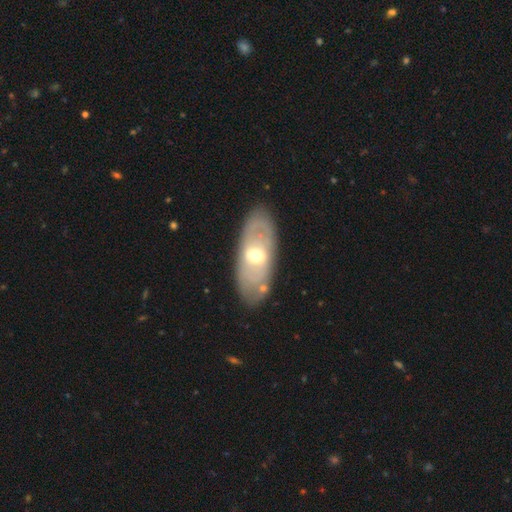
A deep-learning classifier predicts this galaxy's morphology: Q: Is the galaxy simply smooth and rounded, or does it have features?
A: featured or disk — 60%.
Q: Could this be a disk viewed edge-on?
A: no — 86%.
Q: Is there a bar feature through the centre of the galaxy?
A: no — 48%.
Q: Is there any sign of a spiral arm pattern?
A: no — 60%.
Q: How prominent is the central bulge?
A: moderate — 65%.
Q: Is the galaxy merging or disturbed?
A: none — 80%.